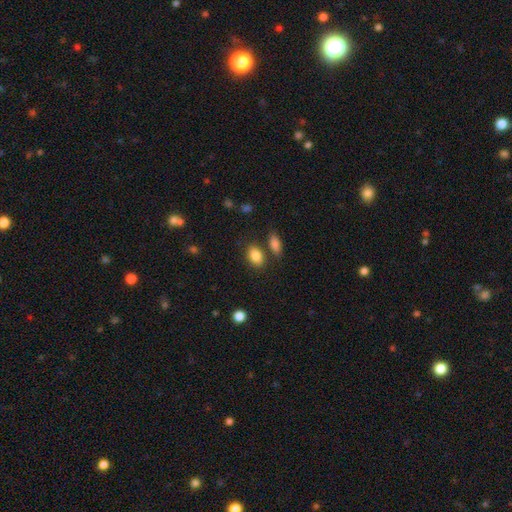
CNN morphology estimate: smooth 86%, star or artifact 8%, featured or disk 6%. Down the decision tree: how rounded — in between (82%); merging — none (73%).